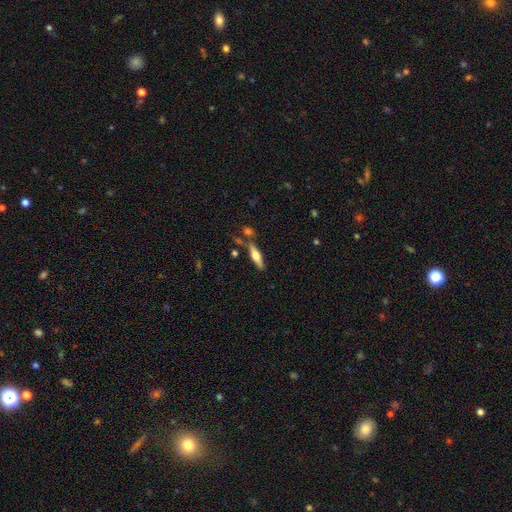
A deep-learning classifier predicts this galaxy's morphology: Smooth or featured?
  - featured or disk: 55% *
  - smooth: 38%
  - star or artifact: 6%
Edge-on disk?
  - yes: 94% *
  - no: 6%
Edge-on bulge?
  - rounded: 92% *
  - boxy: 6%
  - none: 3%
Merging?
  - none: 75% *
  - minor disturbance: 12%
  - merger: 10%
  - major disturbance: 4%